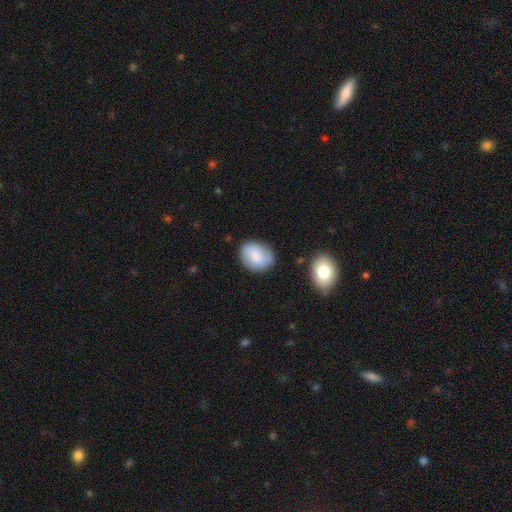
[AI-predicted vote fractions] This is likely a smooth galaxy (71%). How rounded: possibly in between (58%). Merging: likely none (73%).